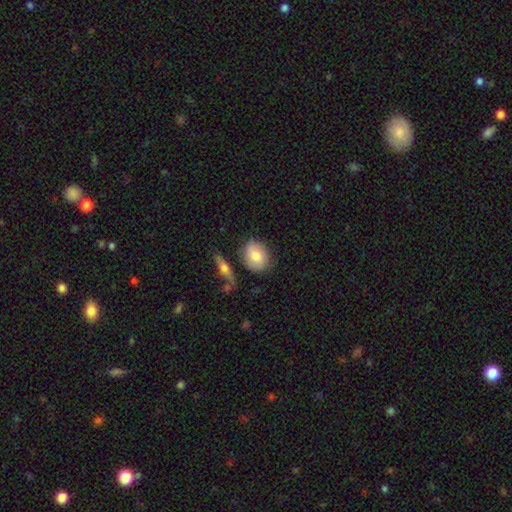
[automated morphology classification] A smooth galaxy with no disk features (75%) that is round (53%).

Vote fractions:
- Smooth or featured? smooth: 75% / featured or disk: 19% / star or artifact: 7%
- How rounded? round: 53% / in between: 45% / cigar-shaped: 2%
- Merging? none: 75% / minor disturbance: 16% / merger: 6% / major disturbance: 4%